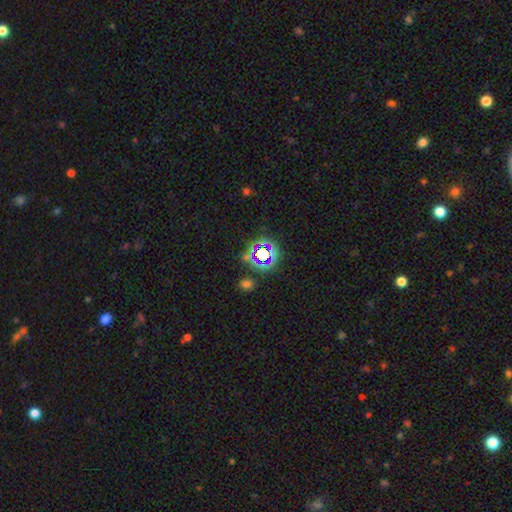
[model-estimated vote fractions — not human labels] Overall: star or artifact (65%).